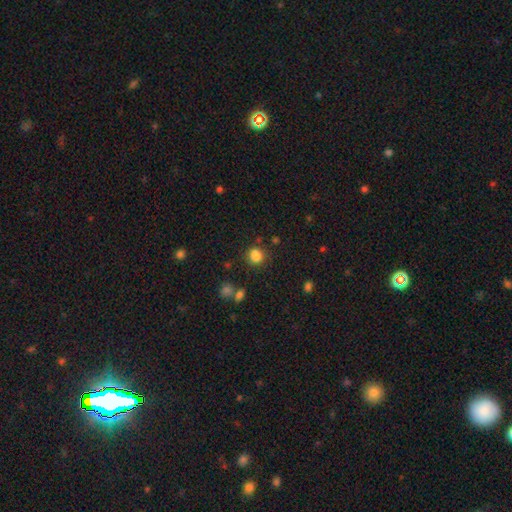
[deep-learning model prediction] Overall: smooth (81%). How rounded: round (73%). Merging: none (69%).